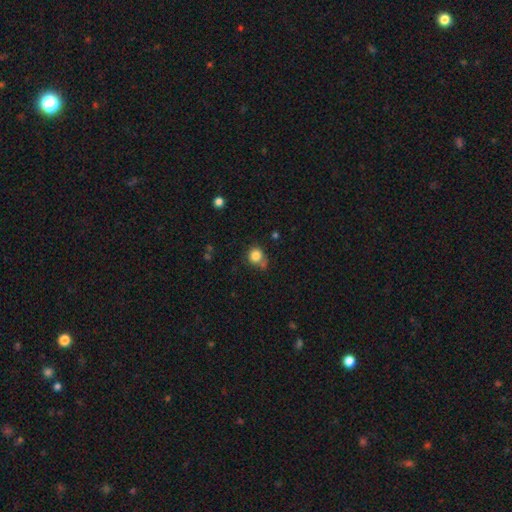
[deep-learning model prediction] Smooth or featured?
  - smooth: 83% *
  - star or artifact: 11%
  - featured or disk: 6%
How rounded?
  - round: 83% *
  - in between: 16%
  - cigar-shaped: 1%
Merging?
  - none: 58% *
  - minor disturbance: 21%
  - merger: 14%
  - major disturbance: 7%